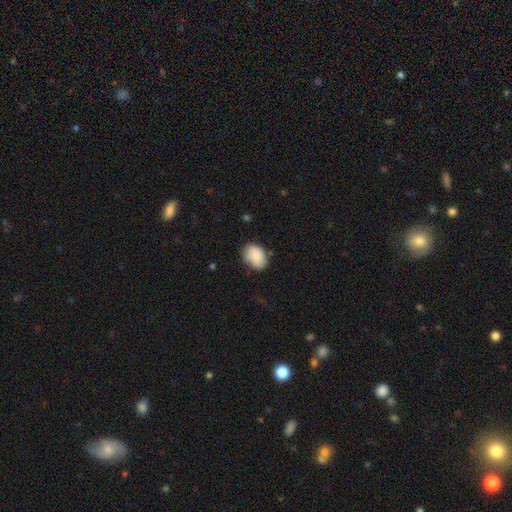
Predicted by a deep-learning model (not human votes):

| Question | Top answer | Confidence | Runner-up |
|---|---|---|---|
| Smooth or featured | smooth | 82% | featured or disk (11%) |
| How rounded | in between | 69% | round (30%) |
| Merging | none | 69% | minor disturbance (23%) |